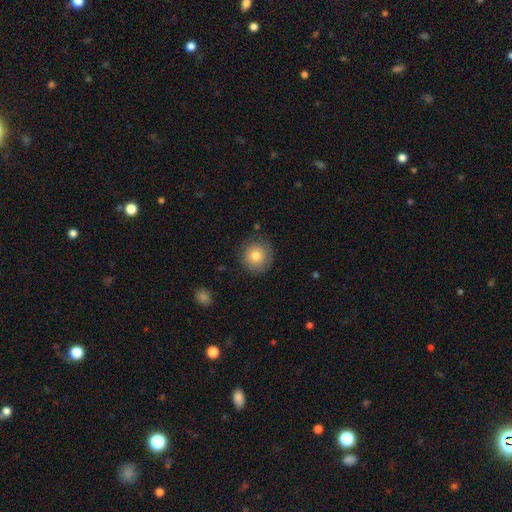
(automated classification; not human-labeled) A smooth galaxy with no disk features (78%) that is round (94%). Merging: none (84%).